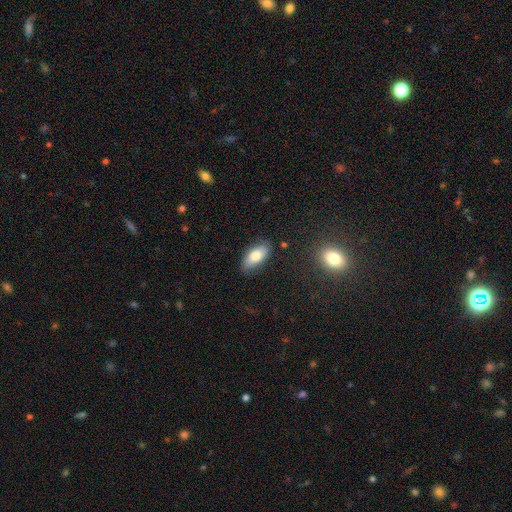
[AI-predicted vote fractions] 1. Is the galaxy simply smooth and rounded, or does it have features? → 78% smooth, 15% featured or disk, 7% star or artifact.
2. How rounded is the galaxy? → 88% in between, 10% cigar-shaped, 3% round.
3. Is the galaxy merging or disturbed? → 77% none, 18% minor disturbance, 3% major disturbance, 2% merger.